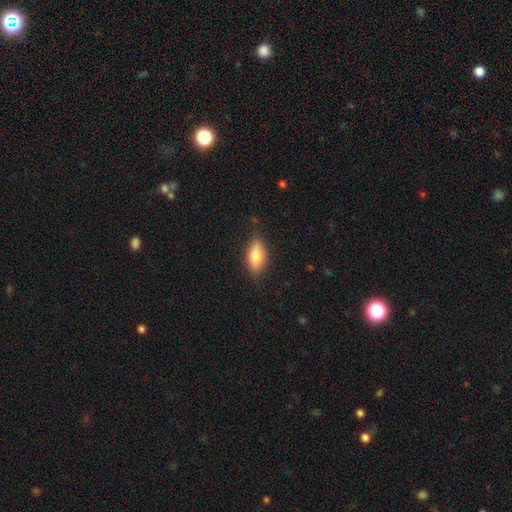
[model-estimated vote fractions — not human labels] A smooth galaxy with no disk features (72%) that is in between round and cigar-shaped (79%).

Vote fractions:
- Smooth or featured? smooth: 72% / featured or disk: 21% / star or artifact: 7%
- How rounded? in between: 79% / cigar-shaped: 17% / round: 3%
- Merging? none: 80% / minor disturbance: 15% / major disturbance: 3% / merger: 1%